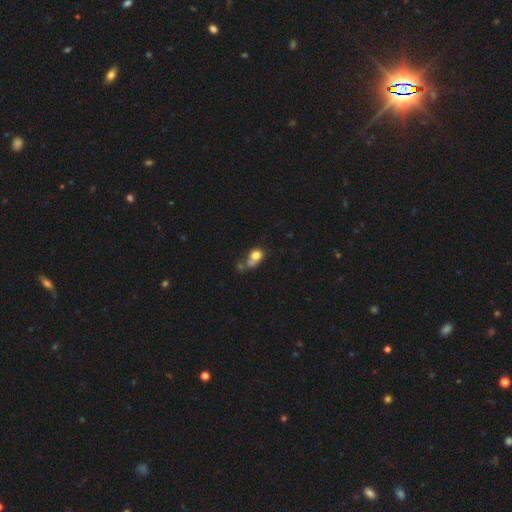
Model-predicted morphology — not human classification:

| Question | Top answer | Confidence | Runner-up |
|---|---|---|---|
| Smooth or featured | smooth | 74% | featured or disk (15%) |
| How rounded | round | 54% | in between (44%) |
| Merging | merger | 36% | none (30%) |